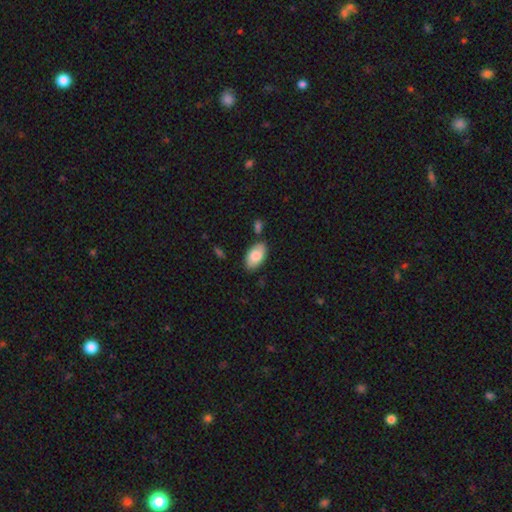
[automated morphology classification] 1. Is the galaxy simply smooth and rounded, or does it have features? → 81% smooth, 13% featured or disk, 6% star or artifact.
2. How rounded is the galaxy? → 95% in between, 3% round, 2% cigar-shaped.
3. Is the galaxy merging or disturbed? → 75% none, 16% minor disturbance, 5% merger, 3% major disturbance.